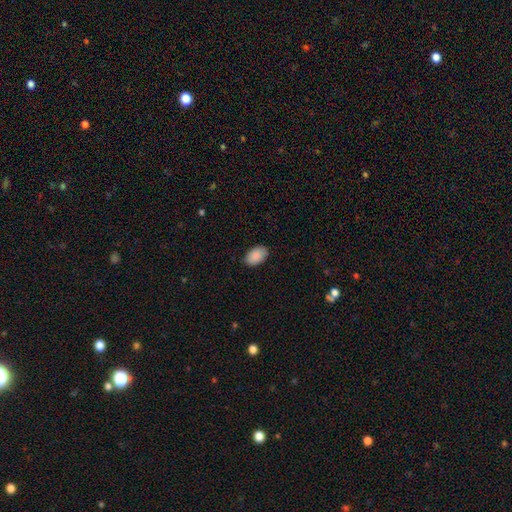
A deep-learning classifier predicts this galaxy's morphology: Smooth or featured? smooth (90%)
How rounded? in between (93%)
Merging? none (87%)